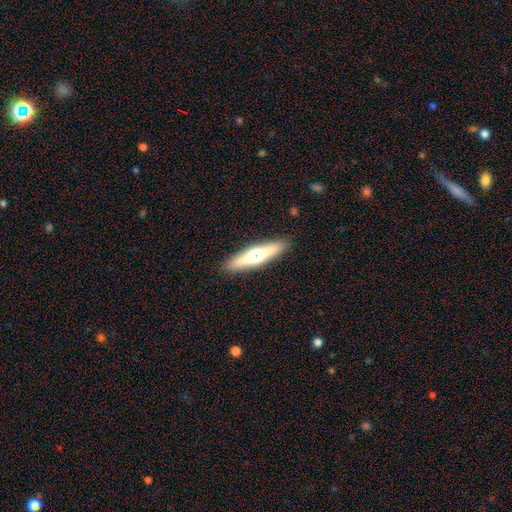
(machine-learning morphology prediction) smooth-or-featured: featured or disk: 49% | smooth: 44% | star or artifact: 7%
  merging: none: 89% | minor disturbance: 7% | major disturbance: 2% | merger: 1%